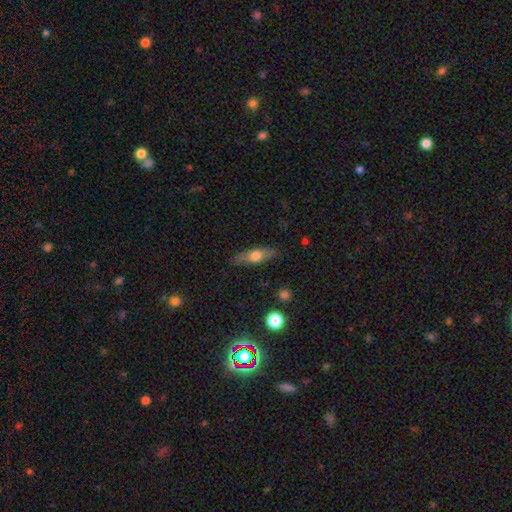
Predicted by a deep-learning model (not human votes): The model was most divided on "how rounded": in between: 53%, cigar-shaped: 43%, round: 4%. More confident: merging — none (82%); smooth or featured — smooth (57%).